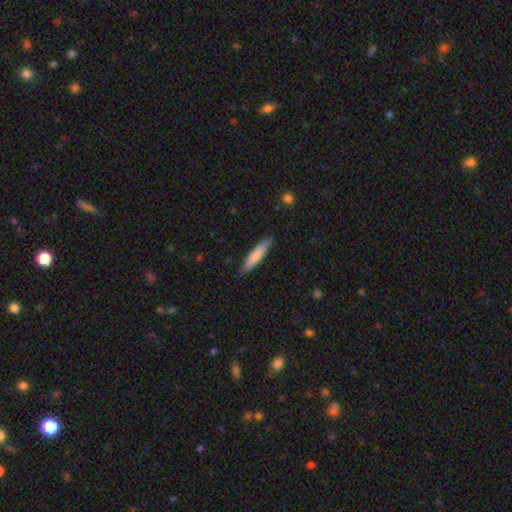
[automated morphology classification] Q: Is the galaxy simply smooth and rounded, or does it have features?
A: smooth — 77%.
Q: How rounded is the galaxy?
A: cigar-shaped — 85%.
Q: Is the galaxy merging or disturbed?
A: none — 85%.